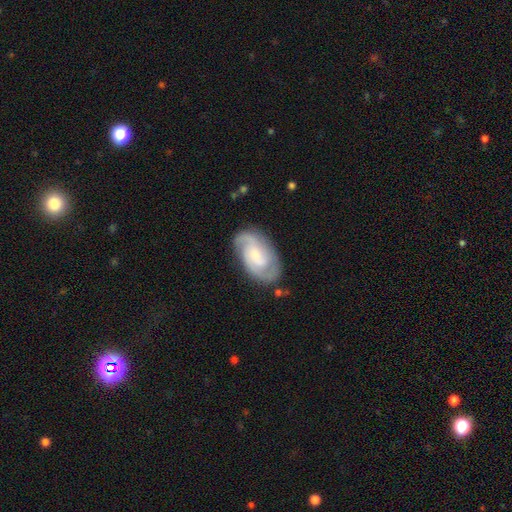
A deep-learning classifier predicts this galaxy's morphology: The model was most divided on "spiral winding" (2-way tie): medium: 44%, tight: 44%, loose: 12%. Remaining: edge-on disk — no (97%); spiral arms — yes (96%); smooth or featured — featured or disk (81%); merging — none (79%); spiral arm count — 2 (66%); bulge size — small (52%); bar — no (46%).